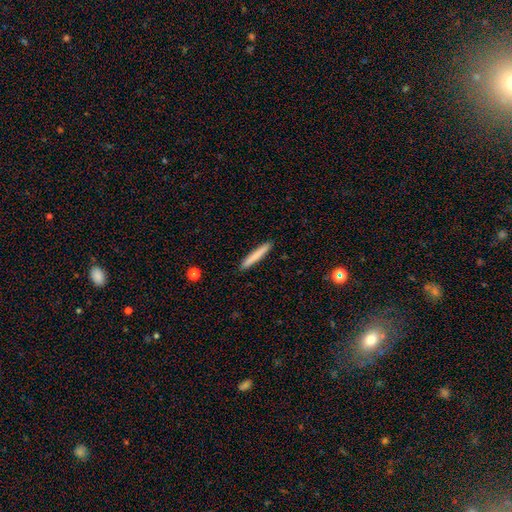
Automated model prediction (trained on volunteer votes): Overall: smooth (78%). How rounded: cigar-shaped (95%). Merging: none (92%).